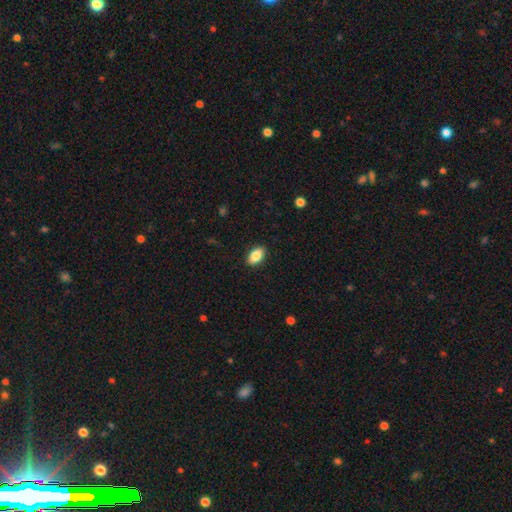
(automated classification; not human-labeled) Q: Smooth or featured?
A: smooth (85%); runner-up: featured or disk (8%)
Q: How rounded?
A: in between (92%); runner-up: round (5%)
Q: Merging?
A: none (90%); runner-up: minor disturbance (8%)